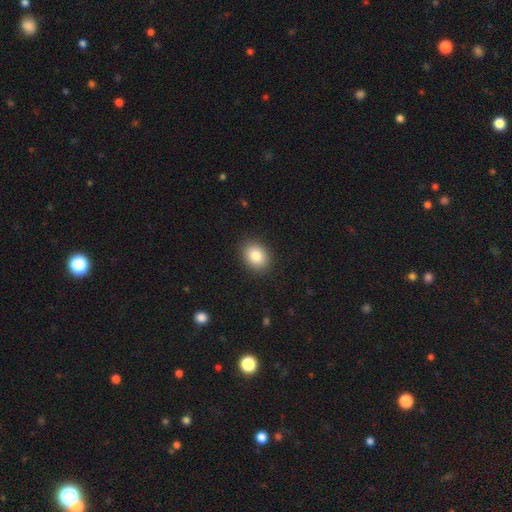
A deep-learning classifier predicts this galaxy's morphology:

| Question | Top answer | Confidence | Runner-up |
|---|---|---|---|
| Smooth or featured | smooth | 85% | star or artifact (8%) |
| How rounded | in between | 62% | round (37%) |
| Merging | none | 89% | minor disturbance (8%) |